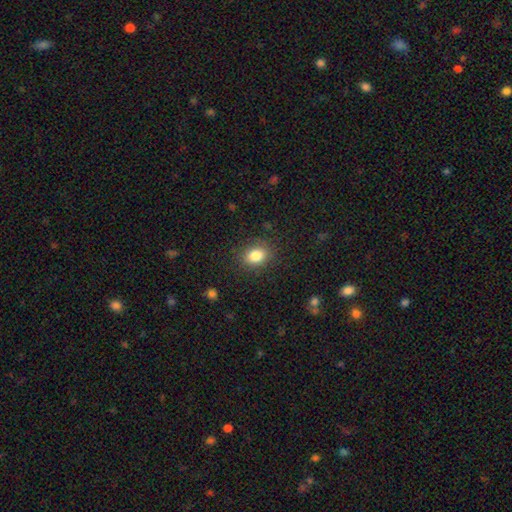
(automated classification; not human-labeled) This is clearly a smooth galaxy (84%). How rounded: possibly in between (58%). Merging: clearly none (86%).